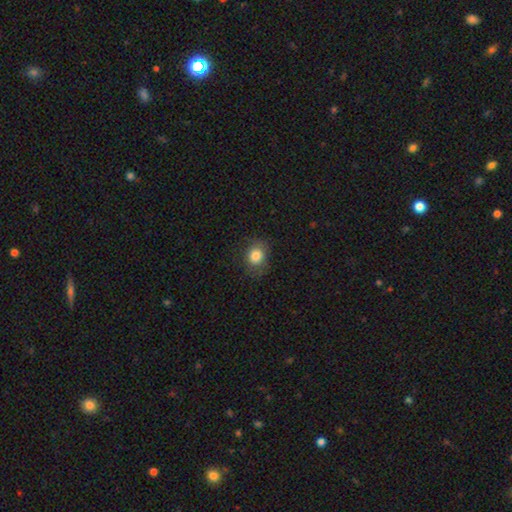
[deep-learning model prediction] The model was most divided on "how rounded": round: 62%, in between: 37%, cigar-shaped: 1%. More confident: smooth or featured — smooth (83%); merging — none (77%).